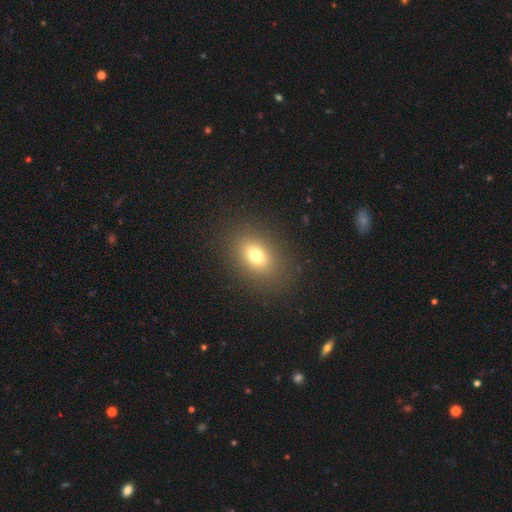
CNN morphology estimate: Smooth or featured?
  - smooth: 73% *
  - star or artifact: 15%
  - featured or disk: 12%
How rounded?
  - in between: 66% *
  - round: 33%
  - cigar-shaped: 1%
Merging?
  - none: 86% *
  - minor disturbance: 8%
  - major disturbance: 4%
  - merger: 1%